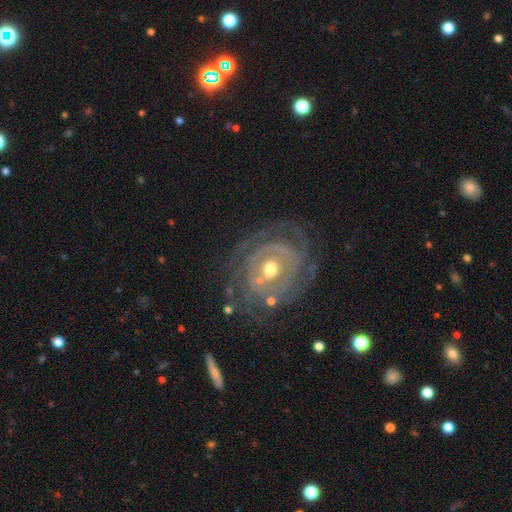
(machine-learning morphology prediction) This appears to be a featured or disk galaxy (85%) with no bar (44%), tight (77%) spiral arms (89%) and a moderate central bulge (60%). Merging: none (73%).